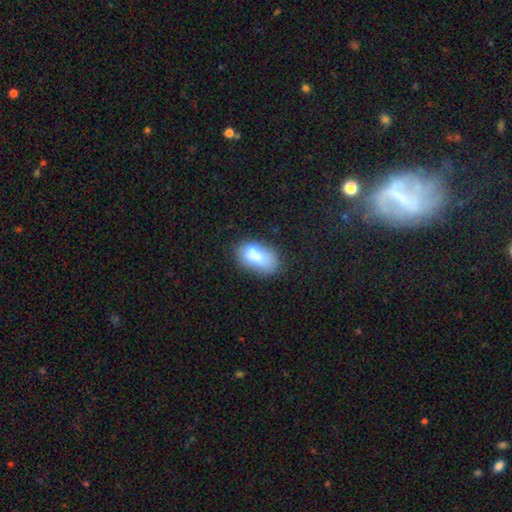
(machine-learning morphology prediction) smooth-or-featured: smooth: 78% | featured or disk: 14% | star or artifact: 9%
  how-rounded: in between: 91% | round: 6% | cigar-shaped: 3%
  merging: none: 53% | minor disturbance: 25% | merger: 12% | major disturbance: 10%